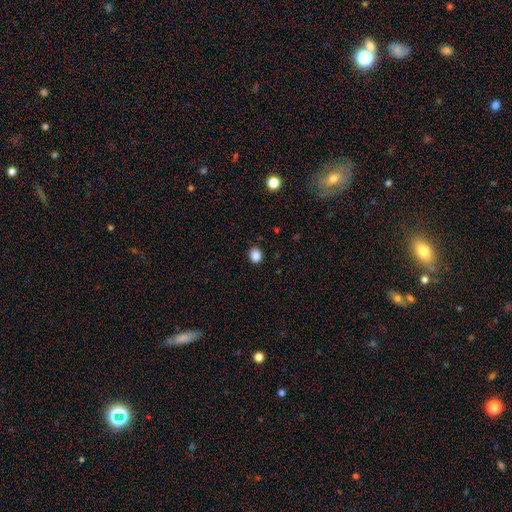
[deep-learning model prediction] Smooth or featured? smooth (87%)
How rounded? round (67%)
Merging? none (89%)